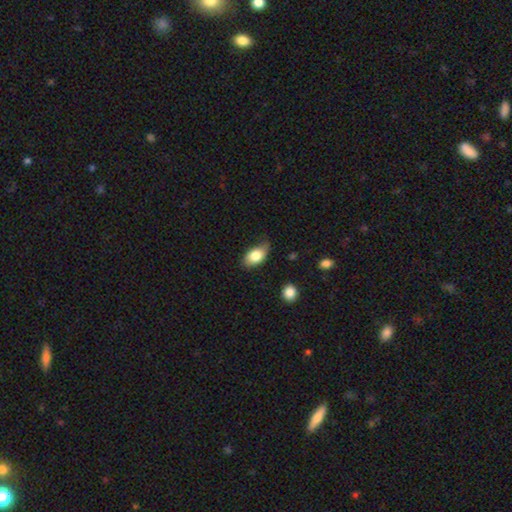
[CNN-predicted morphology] The model was most divided on "merging": none: 64%, minor disturbance: 29%, major disturbance: 5%, merger: 2%. More confident: how rounded — in between (91%); smooth or featured — smooth (81%).